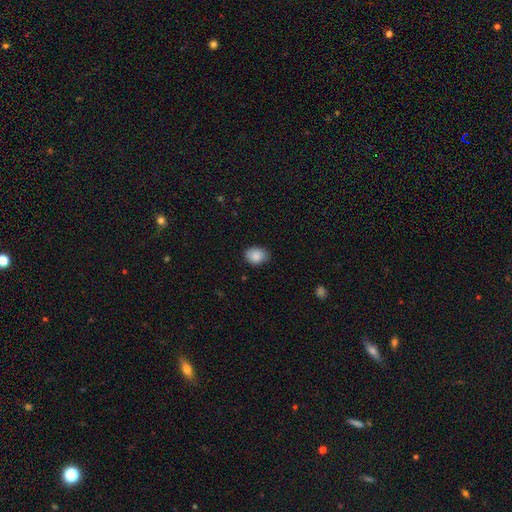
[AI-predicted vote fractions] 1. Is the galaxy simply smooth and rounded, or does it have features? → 88% smooth, 8% star or artifact, 4% featured or disk.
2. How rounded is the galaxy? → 64% in between, 35% round, 1% cigar-shaped.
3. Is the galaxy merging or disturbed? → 77% none, 19% minor disturbance, 3% major disturbance, 1% merger.